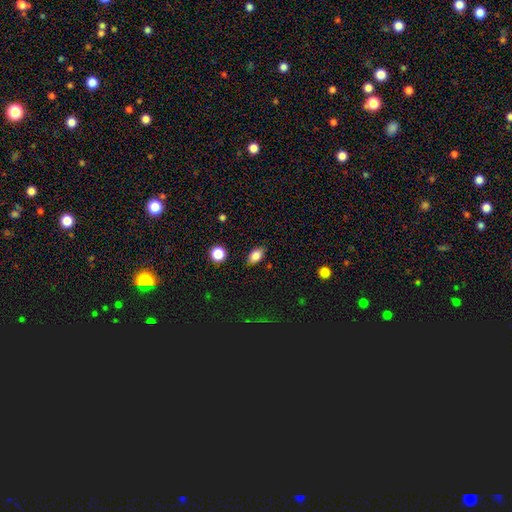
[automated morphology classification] Smooth or featured? Predicted: smooth (p=0.82). How rounded? Predicted: in between (p=0.86). Merging? Predicted: none (p=0.85).